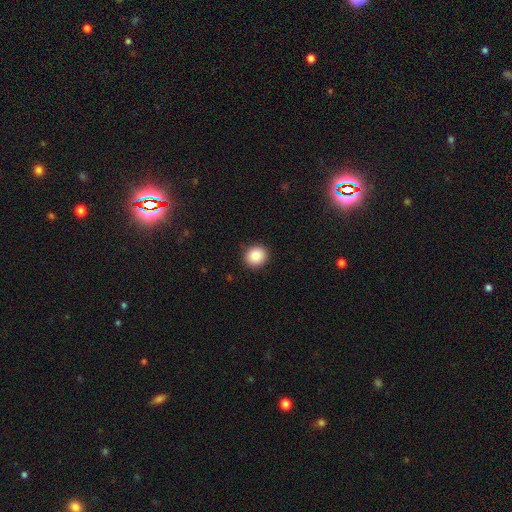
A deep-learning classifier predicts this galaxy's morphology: This is clearly a smooth galaxy (88%). How rounded: clearly round (89%). Merging: clearly none (91%).